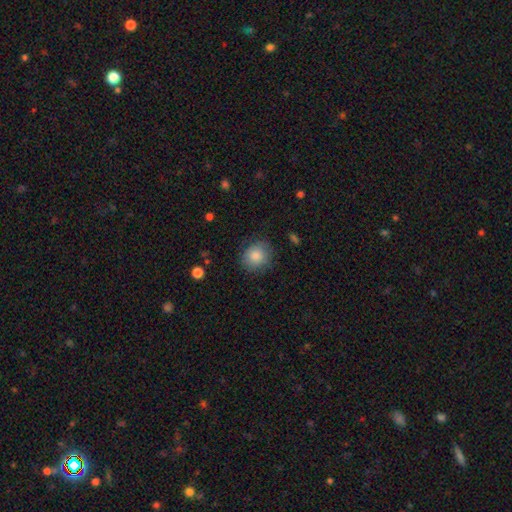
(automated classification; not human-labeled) smooth-or-featured: smooth: 85% | star or artifact: 8% | featured or disk: 7%
  how-rounded: round: 77% | in between: 22% | cigar-shaped: 1%
  merging: none: 79% | minor disturbance: 15% | major disturbance: 4% | merger: 1%